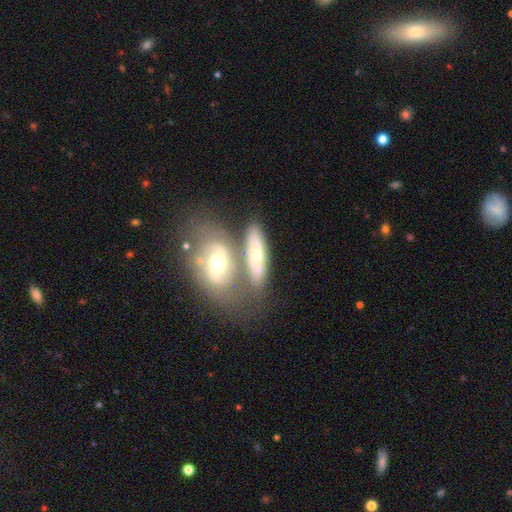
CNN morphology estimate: This is possibly a featured or disk galaxy (51%). It is likely not viewed edge-on (68%). Merging: marginally none (41%).